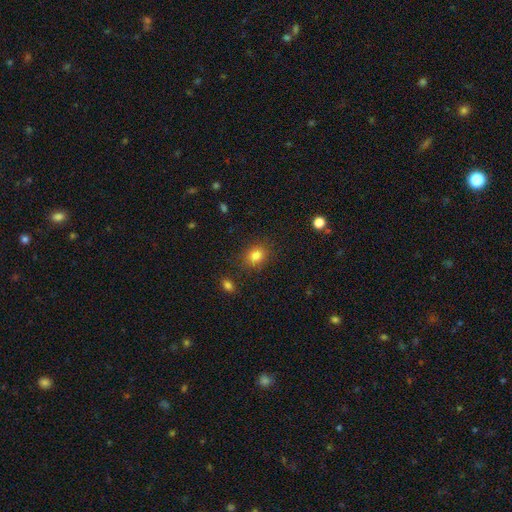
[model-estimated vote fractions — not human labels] Morphology: type=smooth (82%); roundness=round (52%); merging=none (83%).